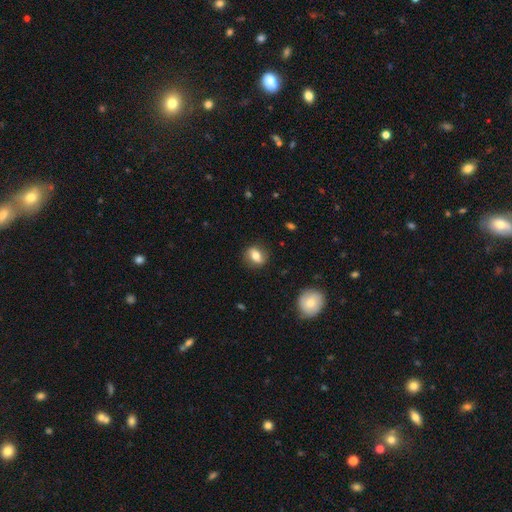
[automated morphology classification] Q: Smooth or featured?
A: smooth (65%); runner-up: featured or disk (26%)
Q: How rounded?
A: in between (59%); runner-up: round (37%)
Q: Merging?
A: none (81%); runner-up: minor disturbance (13%)